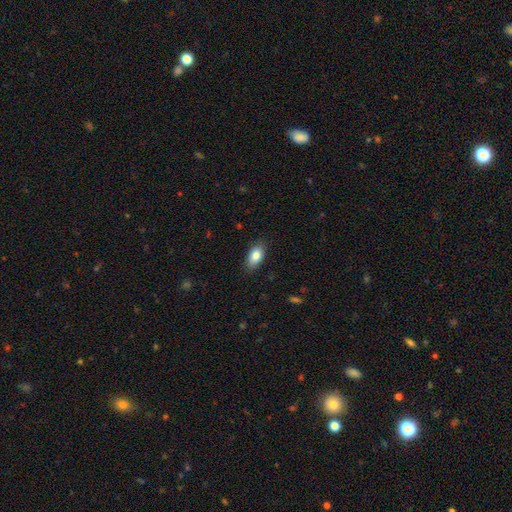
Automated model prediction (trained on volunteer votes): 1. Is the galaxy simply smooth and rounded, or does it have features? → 85% smooth, 8% featured or disk, 7% star or artifact.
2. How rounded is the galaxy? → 91% in between, 5% round, 4% cigar-shaped.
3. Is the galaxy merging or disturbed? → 84% none, 12% minor disturbance, 3% major disturbance, 1% merger.